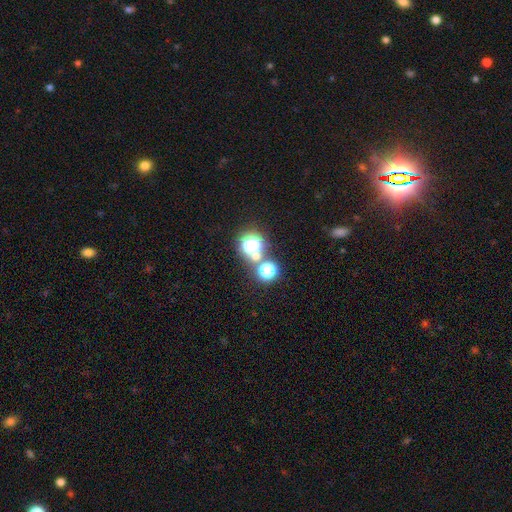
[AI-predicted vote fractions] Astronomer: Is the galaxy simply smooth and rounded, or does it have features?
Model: star or artifact — 49% (runner-up: smooth, 42%).